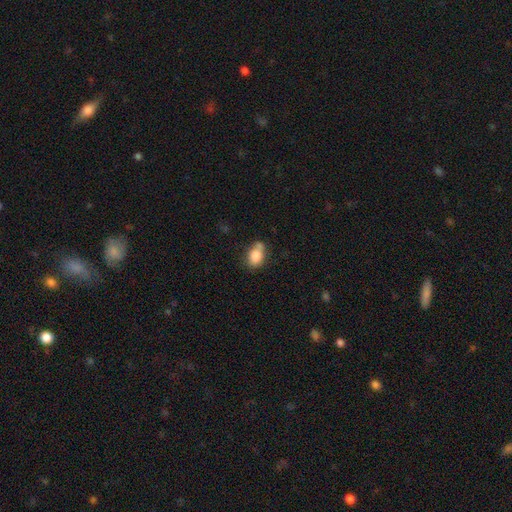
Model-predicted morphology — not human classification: A smooth galaxy with no disk features (82%) that is in between round and cigar-shaped (67%). Merging: none (54%).